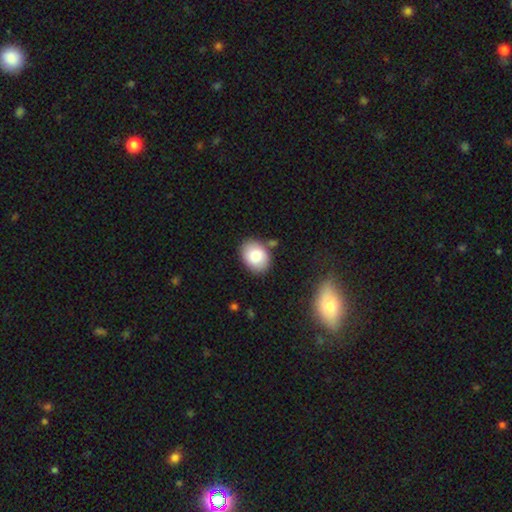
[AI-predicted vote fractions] Smooth or featured? Predicted: smooth (p=0.81). How rounded? Predicted: in between (p=0.65). Merging? Predicted: none (p=0.80).